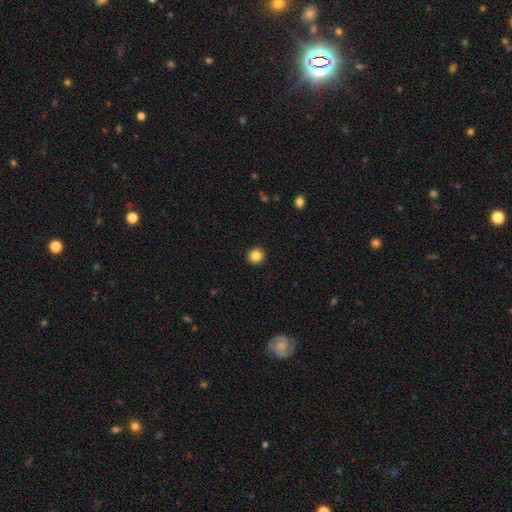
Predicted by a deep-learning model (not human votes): Q: Smooth or featured?
A: smooth (85%); runner-up: star or artifact (10%)
Q: How rounded?
A: round (94%); runner-up: in between (5%)
Q: Merging?
A: none (94%); runner-up: minor disturbance (4%)